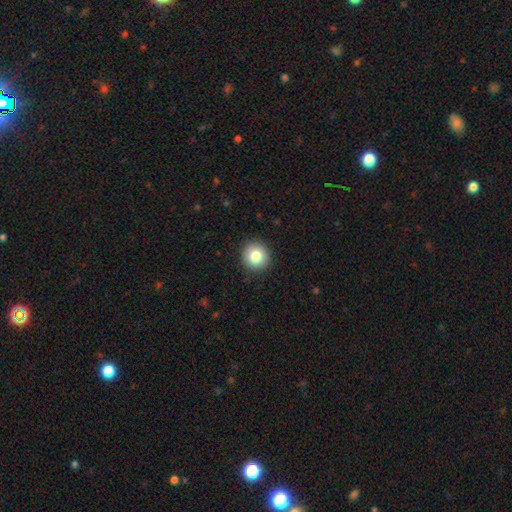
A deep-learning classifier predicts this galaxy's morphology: Smooth or featured?
  - smooth: 81% *
  - star or artifact: 10%
  - featured or disk: 9%
How rounded?
  - round: 92% *
  - in between: 7%
  - cigar-shaped: 1%
Merging?
  - none: 92% *
  - minor disturbance: 6%
  - major disturbance: 2%
  - merger: 1%